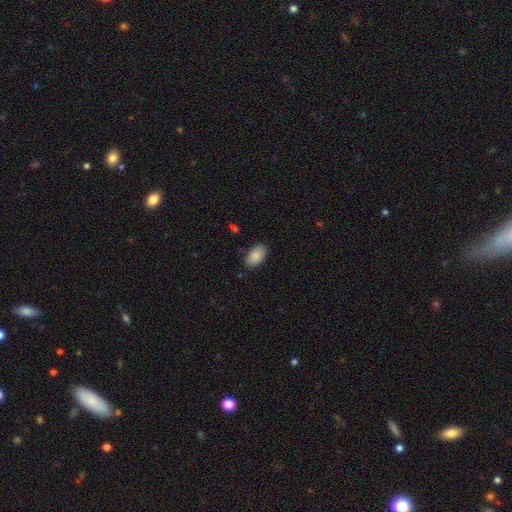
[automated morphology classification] This appears to be a smooth galaxy with no disk features (88%) that is in between round and cigar-shaped (94%). Merging: none (85%).